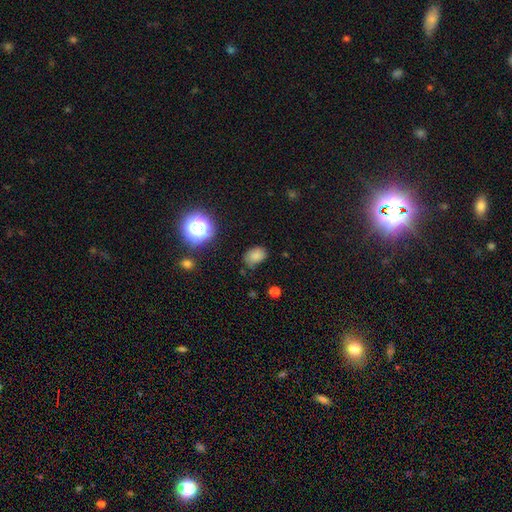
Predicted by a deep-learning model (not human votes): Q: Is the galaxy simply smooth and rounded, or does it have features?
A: smooth — 76%.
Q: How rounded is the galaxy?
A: in between — 70%.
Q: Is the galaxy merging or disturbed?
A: none — 63%.